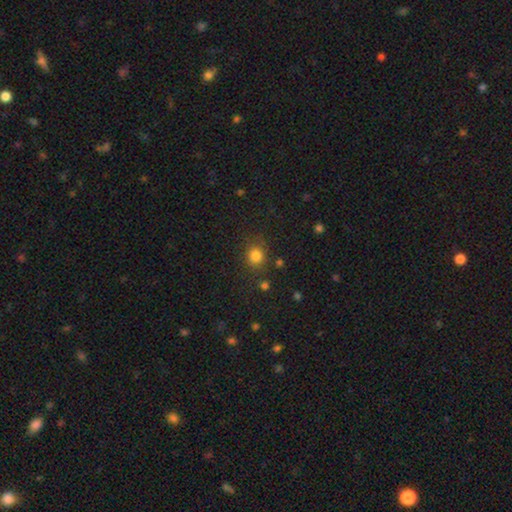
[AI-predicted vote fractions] Overall: smooth (80%). How rounded: round (81%). Merging: none (79%).